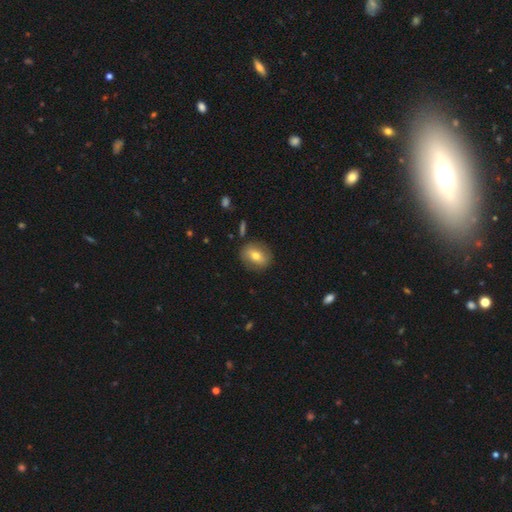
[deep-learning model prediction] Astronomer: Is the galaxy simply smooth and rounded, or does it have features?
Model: smooth — 63%.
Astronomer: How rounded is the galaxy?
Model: round — 52% (runner-up: in between, 47%).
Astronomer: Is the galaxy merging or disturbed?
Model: none — 82%.